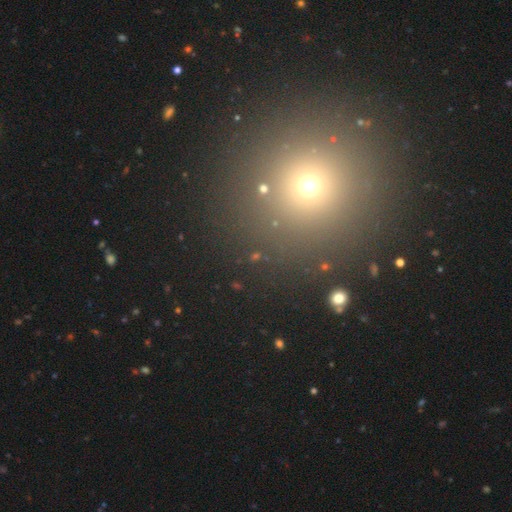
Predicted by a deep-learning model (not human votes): Q: Smooth or featured?
A: star or artifact (50%); runner-up: smooth (40%)